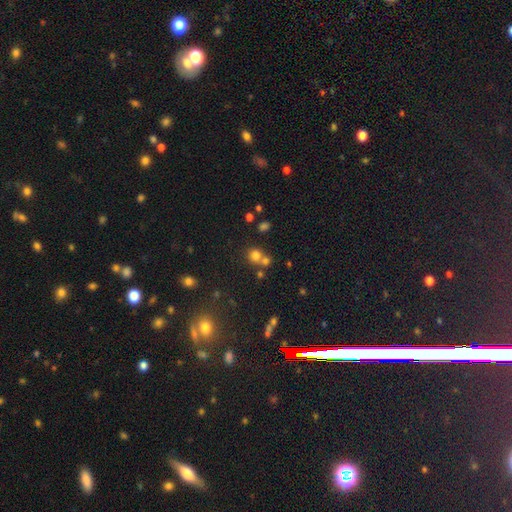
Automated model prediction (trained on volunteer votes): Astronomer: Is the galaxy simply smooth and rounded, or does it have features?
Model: smooth — 71%.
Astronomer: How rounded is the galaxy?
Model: round — 84%.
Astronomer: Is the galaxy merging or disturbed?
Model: none — 50% (runner-up: merger, 39%).